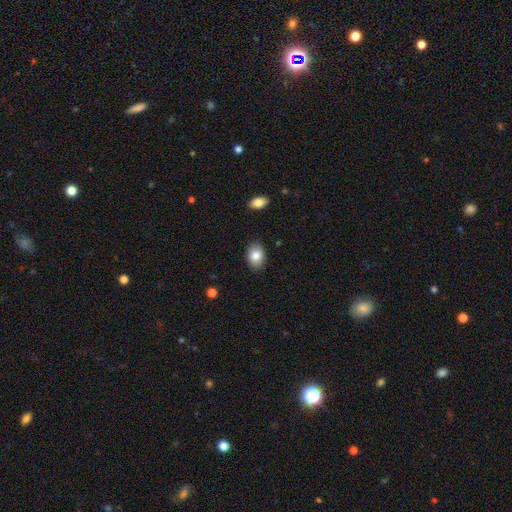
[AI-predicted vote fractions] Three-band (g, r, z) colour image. It shows a smooth galaxy with no disk features (83%) that is in between round and cigar-shaped (77%). Merging: none (87%).